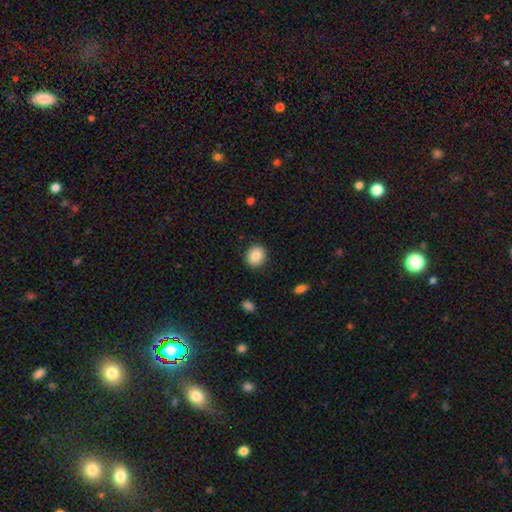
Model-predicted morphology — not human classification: Q: Smooth or featured?
A: smooth (84%); runner-up: star or artifact (8%)
Q: How rounded?
A: round (78%); runner-up: in between (21%)
Q: Merging?
A: none (90%); runner-up: minor disturbance (7%)